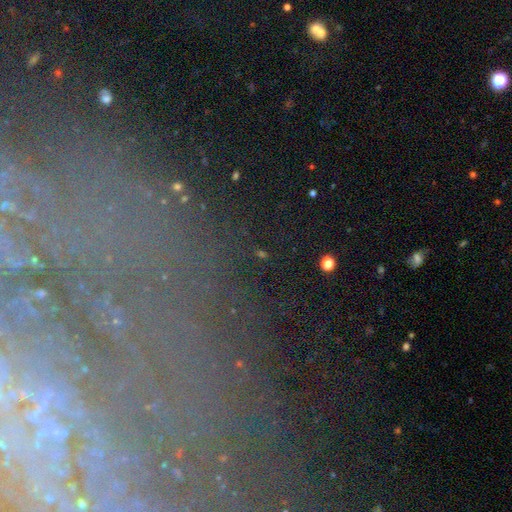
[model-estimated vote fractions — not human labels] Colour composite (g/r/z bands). It shows a featured or disk galaxy (44%). Merging: none (74%).